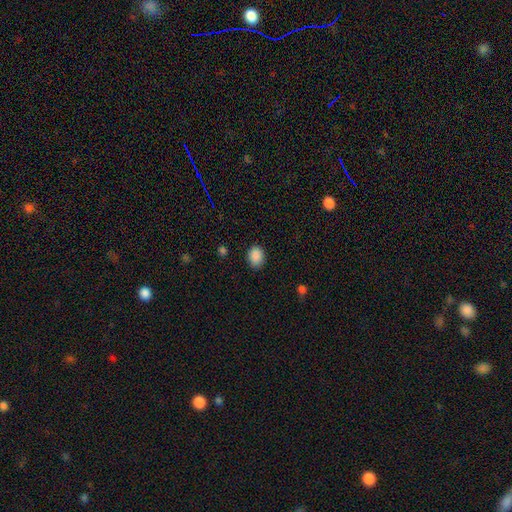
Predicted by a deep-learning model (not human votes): Smooth or featured? smooth (89%)
How rounded? in between (52%)
Merging? none (87%)